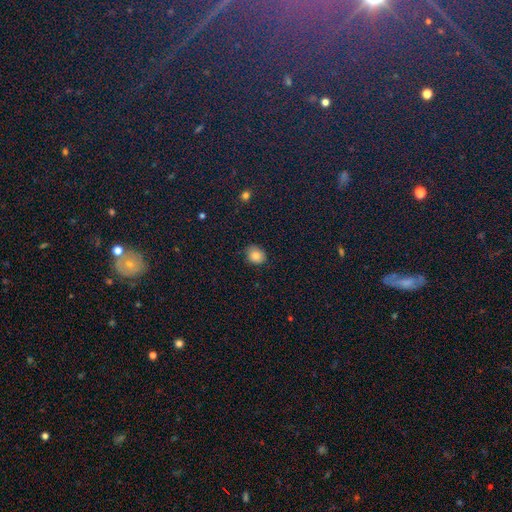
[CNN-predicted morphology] smooth 83%, star or artifact 10%, featured or disk 7%. Down the decision tree: how rounded — round (62%); merging — none (81%).